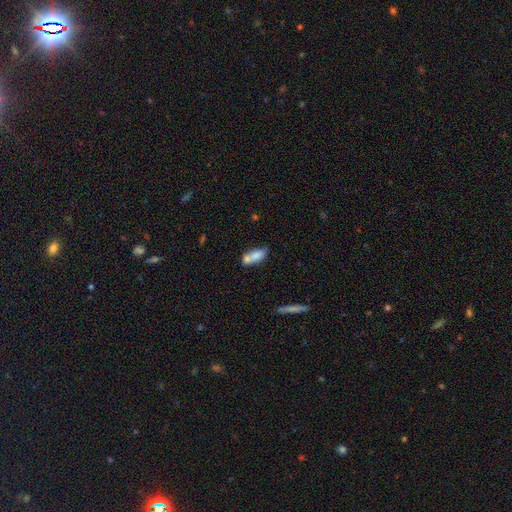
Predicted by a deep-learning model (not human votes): Smooth or featured?
  - smooth: 72% *
  - featured or disk: 19%
  - star or artifact: 8%
How rounded?
  - in between: 80% *
  - cigar-shaped: 15%
  - round: 5%
Merging?
  - merger: 46% *
  - none: 33%
  - minor disturbance: 15%
  - major disturbance: 6%